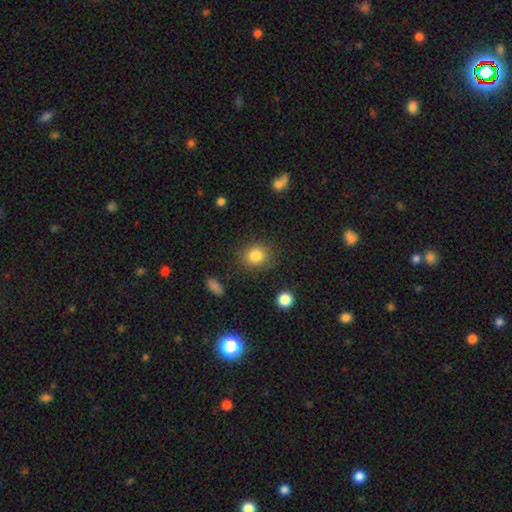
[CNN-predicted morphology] Smooth or featured: smooth — 84% (star or artifact — 10%)
How rounded: round — 77% (in between — 22%)
Merging: none — 84% (minor disturbance — 10%)